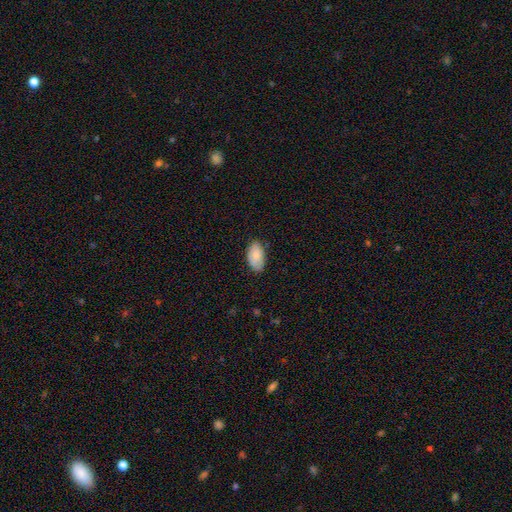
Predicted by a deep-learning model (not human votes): Morphology: type=smooth (80%); roundness=in between (94%); merging=none (76%).